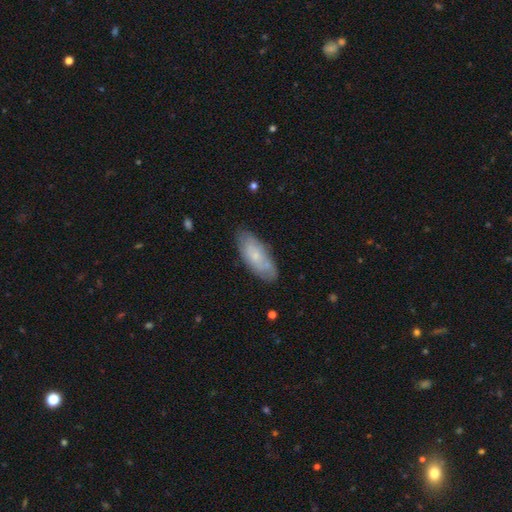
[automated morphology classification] The model was most divided on "smooth or featured": smooth: 56%, featured or disk: 38%, star or artifact: 7%. More confident: how rounded — in between (80%); merging — none (76%).